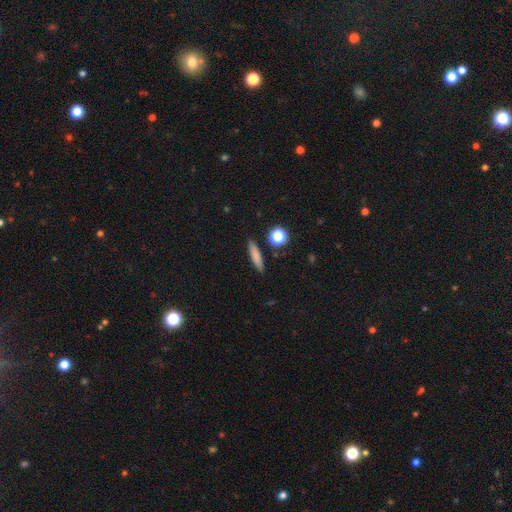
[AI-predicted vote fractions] Q: Smooth or featured?
A: smooth (77%); runner-up: featured or disk (14%)
Q: How rounded?
A: cigar-shaped (79%); runner-up: in between (17%)
Q: Merging?
A: none (87%); runner-up: minor disturbance (8%)